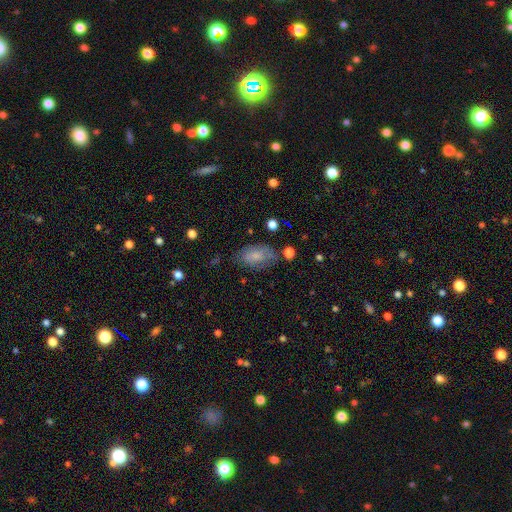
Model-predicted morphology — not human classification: The model was most divided on "merging": none: 63%, minor disturbance: 25%, major disturbance: 9%, merger: 4%. More confident: how rounded — in between (91%); smooth or featured — smooth (71%).